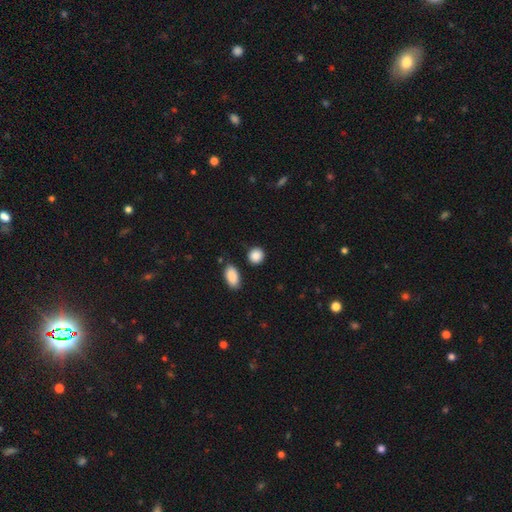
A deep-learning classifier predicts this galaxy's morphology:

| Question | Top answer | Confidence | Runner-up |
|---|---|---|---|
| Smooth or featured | smooth | 89% | star or artifact (8%) |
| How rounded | round | 76% | in between (22%) |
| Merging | none | 85% | minor disturbance (9%) |